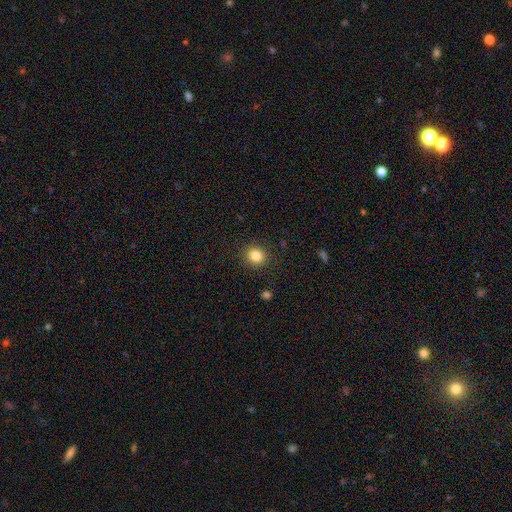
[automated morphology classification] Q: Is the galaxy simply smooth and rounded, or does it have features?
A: smooth — 84%.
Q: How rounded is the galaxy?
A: round — 86%.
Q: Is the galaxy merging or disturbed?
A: none — 89%.